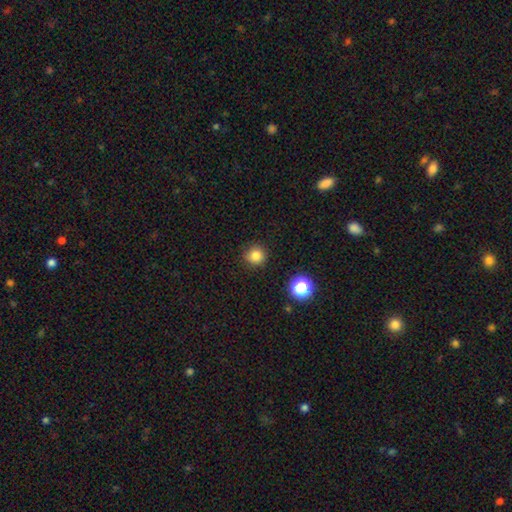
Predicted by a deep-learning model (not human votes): This is clearly a smooth galaxy (82%). How rounded: clearly round (94%). Merging: clearly none (89%).